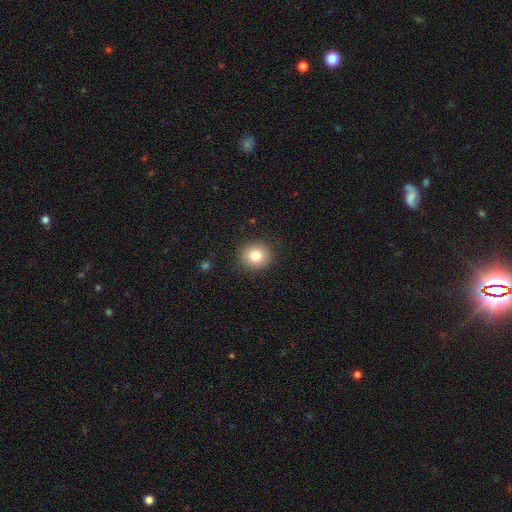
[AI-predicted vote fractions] Overall: smooth (81%). How rounded: round (86%). Merging: none (90%).